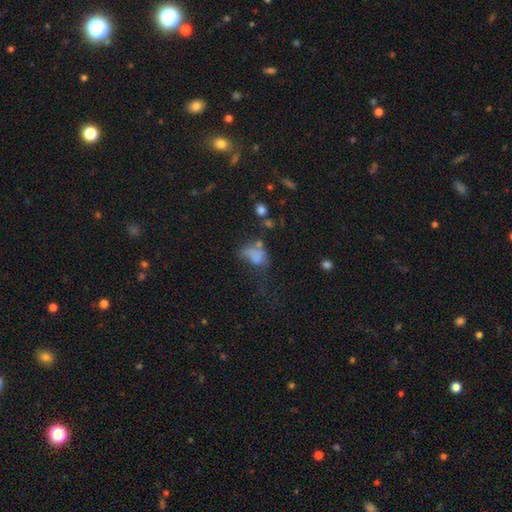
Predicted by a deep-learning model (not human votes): A smooth galaxy with no disk features (60%) that is in between round and cigar-shaped (80%).

Vote fractions:
- Smooth or featured? smooth: 60% / featured or disk: 25% / star or artifact: 16%
- How rounded? in between: 80% / round: 18% / cigar-shaped: 2%
- Merging? major disturbance: 43% / none: 20% / minor disturbance: 20% / merger: 17%